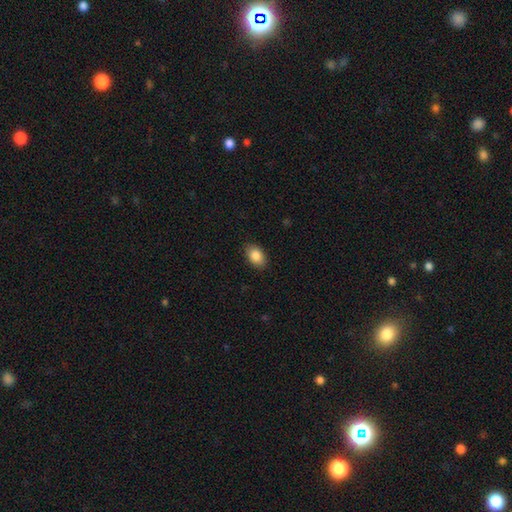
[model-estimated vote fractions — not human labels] Smooth or featured? Predicted: smooth (p=0.87). How rounded? Predicted: in between (p=0.88). Merging? Predicted: none (p=0.87).